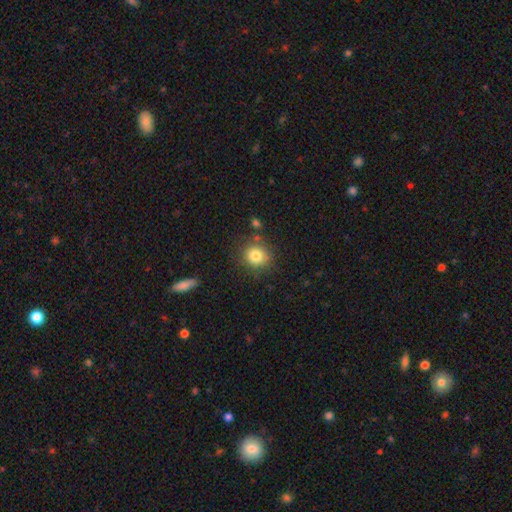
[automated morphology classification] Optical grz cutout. It shows a smooth galaxy with no disk features (81%) that is round (86%). Merging: none (79%).